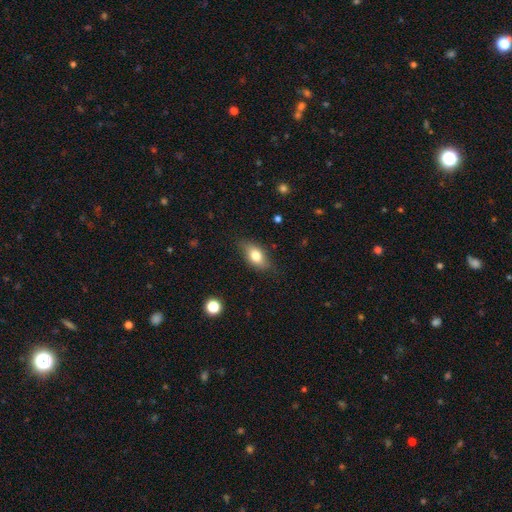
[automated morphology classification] Q: Smooth or featured?
A: smooth (77%); runner-up: featured or disk (15%)
Q: How rounded?
A: in between (86%); runner-up: round (8%)
Q: Merging?
A: none (79%); runner-up: minor disturbance (16%)